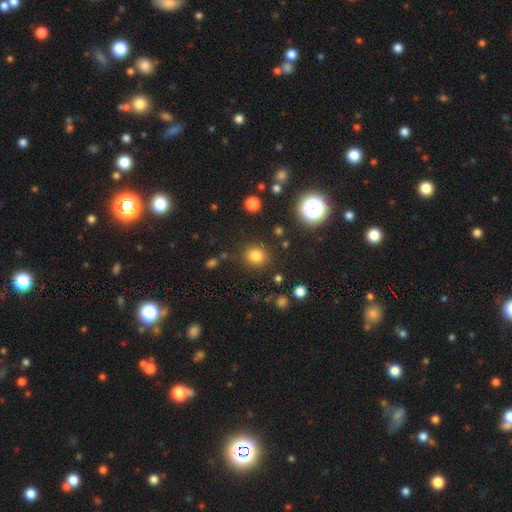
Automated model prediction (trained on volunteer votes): smooth-or-featured: smooth: 79% | star or artifact: 15% | featured or disk: 6%
  how-rounded: round: 86% | in between: 13% | cigar-shaped: 1%
  merging: none: 87% | minor disturbance: 7% | major disturbance: 3% | merger: 2%